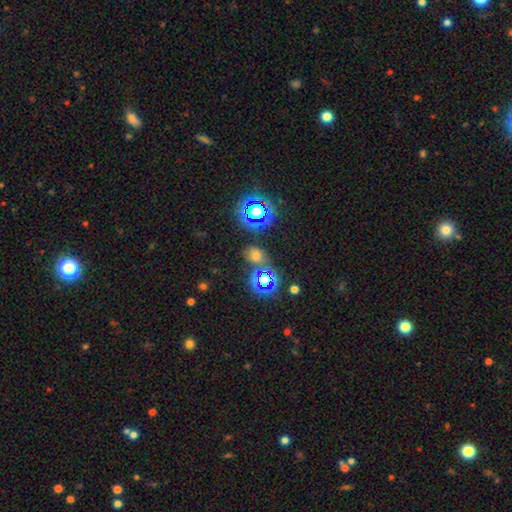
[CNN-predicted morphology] This appears to be a smooth galaxy with no disk features (49%). Merging: none (72%).